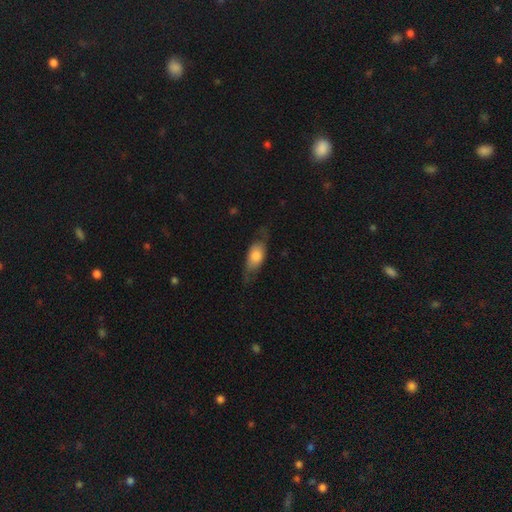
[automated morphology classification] Smooth or featured: smooth — 62% (featured or disk — 32%)
How rounded: in between — 78% (cigar-shaped — 17%)
Merging: none — 62% (minor disturbance — 25%)